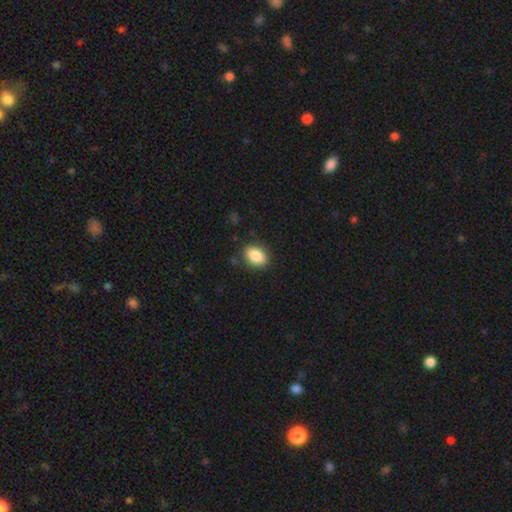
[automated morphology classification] Overall: smooth (86%). How rounded: in between (86%). Merging: none (85%).